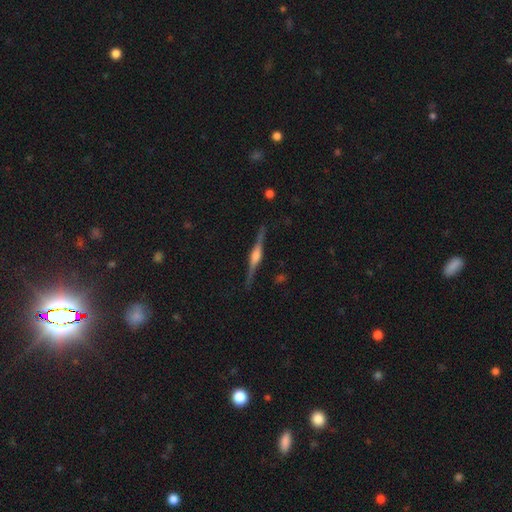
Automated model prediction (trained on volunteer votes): This is clearly a featured or disk galaxy (84%). It is clearly viewed edge-on (98%). Edge-on bulge: likely rounded (77%). Merging: clearly none (89%).